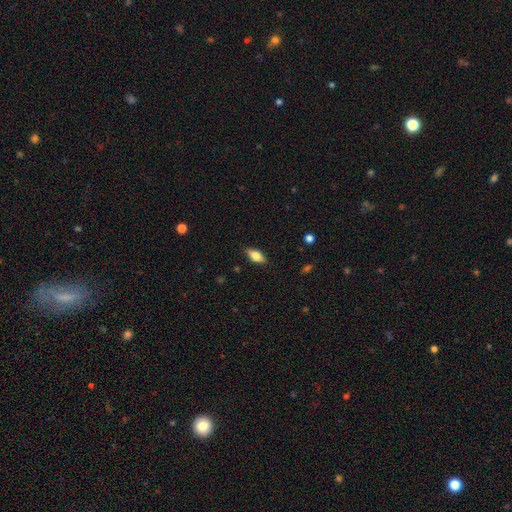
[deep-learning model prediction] Smooth or featured: smooth — 70% (featured or disk — 23%)
How rounded: in between — 82% (cigar-shaped — 15%)
Merging: none — 86% (minor disturbance — 11%)